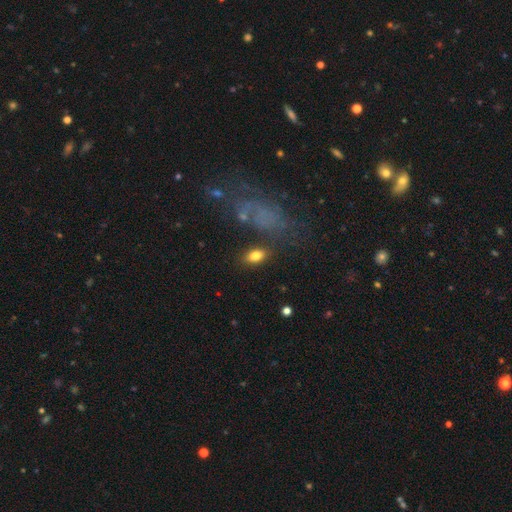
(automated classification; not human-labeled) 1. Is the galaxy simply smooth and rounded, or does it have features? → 81% smooth, 10% featured or disk, 9% star or artifact.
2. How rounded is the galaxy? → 89% in between, 8% round, 3% cigar-shaped.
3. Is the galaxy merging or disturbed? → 80% none, 11% minor disturbance, 4% major disturbance, 4% merger.